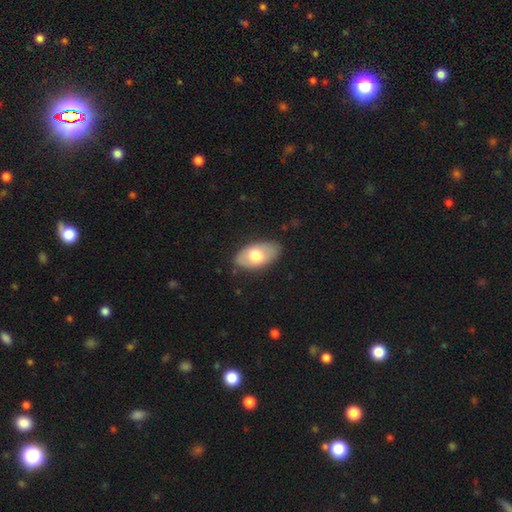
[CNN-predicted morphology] Overall: smooth (66%; featured or disk 28%). How rounded: in between (94%). Merging: none (81%).